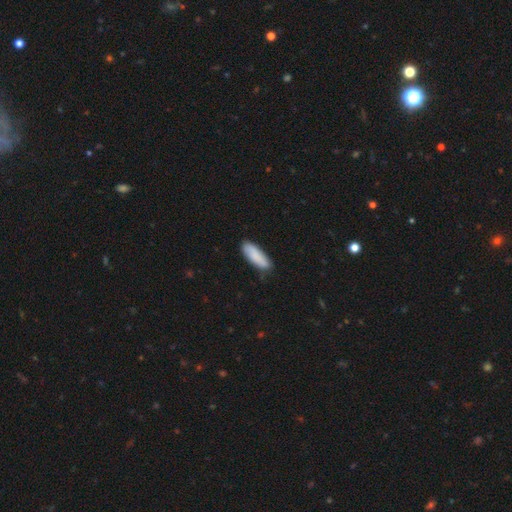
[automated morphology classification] This appears to be a smooth galaxy with no disk features (84%) that is in between round and cigar-shaped (60%). Merging: none (79%).